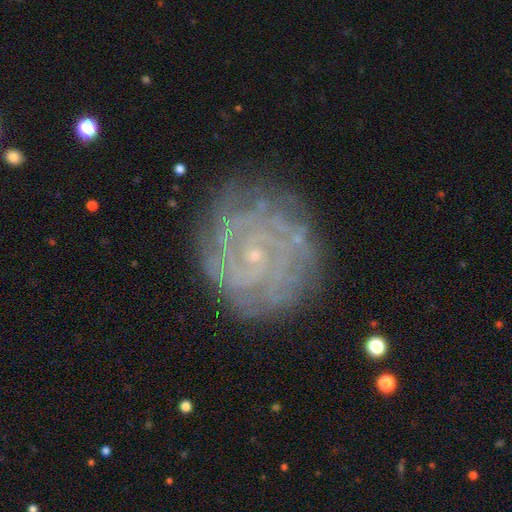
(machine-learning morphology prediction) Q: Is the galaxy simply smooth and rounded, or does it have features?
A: featured or disk — 84%.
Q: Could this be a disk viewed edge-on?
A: no — 98%.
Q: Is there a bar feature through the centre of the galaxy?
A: no — 72%.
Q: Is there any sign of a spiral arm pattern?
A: yes — 96%.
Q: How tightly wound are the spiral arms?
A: tight — 81%.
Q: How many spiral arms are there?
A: can't tell — 30%.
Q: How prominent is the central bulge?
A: small — 86%.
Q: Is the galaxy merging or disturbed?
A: none — 80%.